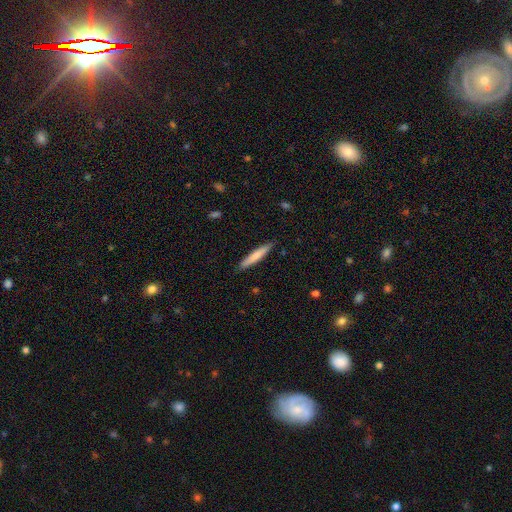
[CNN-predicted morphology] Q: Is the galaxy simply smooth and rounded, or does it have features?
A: smooth — 73%.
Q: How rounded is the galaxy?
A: cigar-shaped — 93%.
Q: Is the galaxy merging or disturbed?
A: none — 89%.